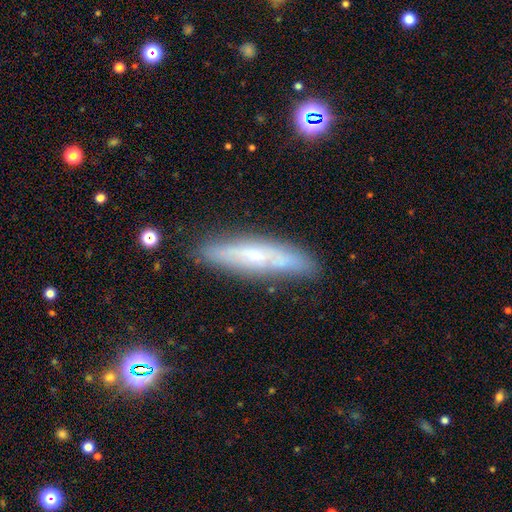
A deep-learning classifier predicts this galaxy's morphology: Smooth or featured? featured or disk (54%)
Edge-on disk? yes (69%)
Merging? none (81%)